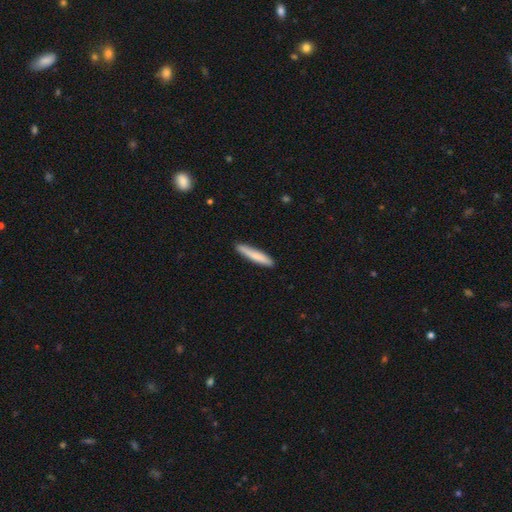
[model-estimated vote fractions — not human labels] The model was most divided on "smooth or featured": smooth: 80%, featured or disk: 15%, star or artifact: 5%. More confident: how rounded — cigar-shaped (93%); merging — none (88%).